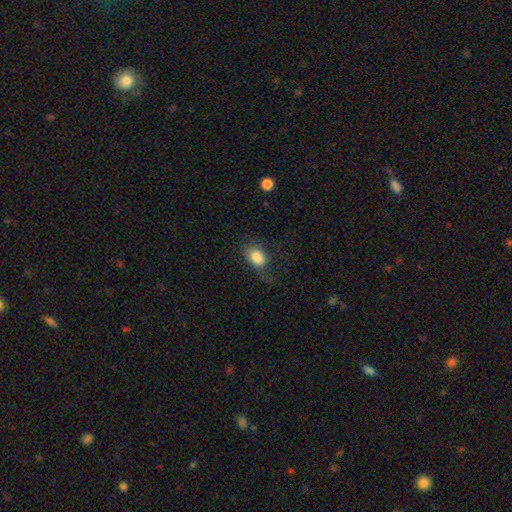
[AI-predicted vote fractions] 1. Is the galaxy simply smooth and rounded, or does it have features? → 83% smooth, 9% featured or disk, 8% star or artifact.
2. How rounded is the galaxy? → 82% in between, 17% round, 2% cigar-shaped.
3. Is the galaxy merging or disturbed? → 51% none, 25% minor disturbance, 22% major disturbance, 2% merger.